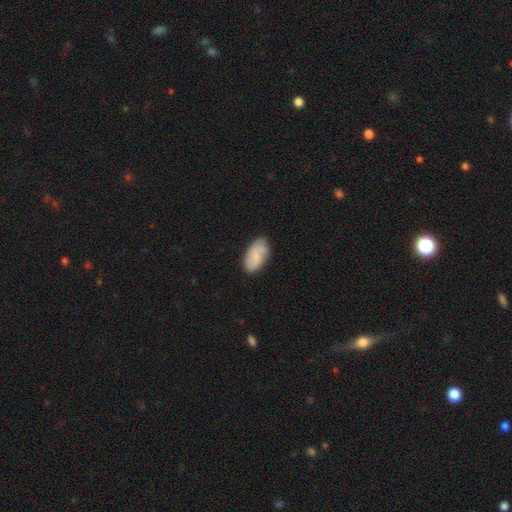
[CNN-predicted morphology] A smooth galaxy with no disk features (65%) that is in between round and cigar-shaped (94%). Merging: none (75%).